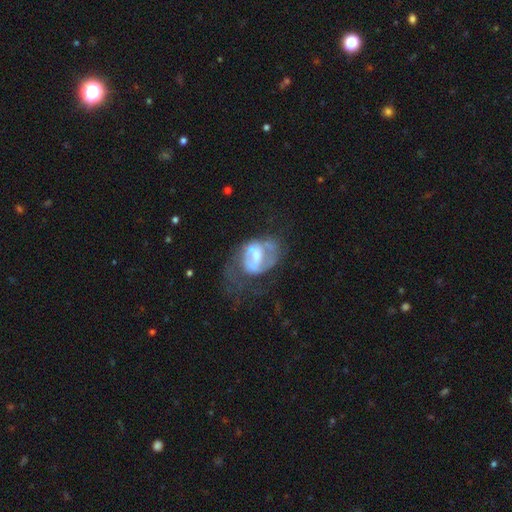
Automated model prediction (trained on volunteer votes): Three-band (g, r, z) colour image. It shows a featured or disk galaxy (70%) with a weak bar (45%), spiral arms (59%) and a moderate central bulge (49%). Merging: major disturbance (41%).